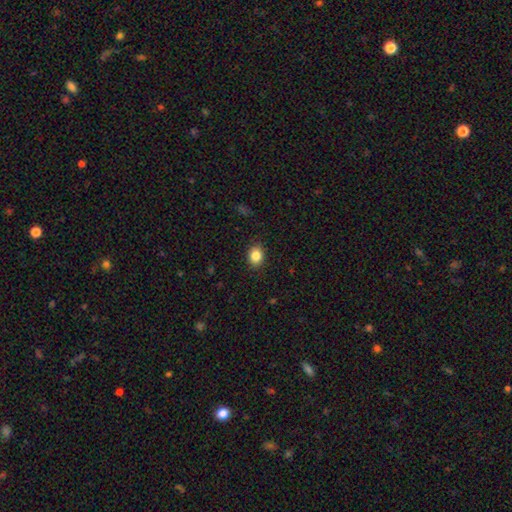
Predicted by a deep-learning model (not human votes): This appears to be a smooth galaxy with no disk features (85%) that is in between round and cigar-shaped (50%). Merging: none (88%).